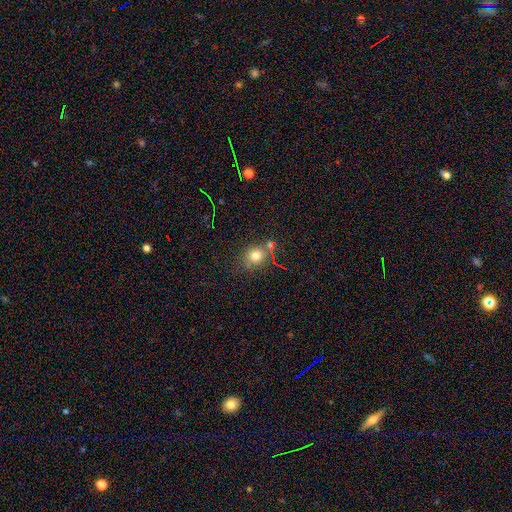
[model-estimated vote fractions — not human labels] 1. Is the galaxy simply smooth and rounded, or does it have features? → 74% smooth, 16% star or artifact, 10% featured or disk.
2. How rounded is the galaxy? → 66% round, 33% in between, 1% cigar-shaped.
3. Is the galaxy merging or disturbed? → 65% none, 15% minor disturbance, 14% merger, 7% major disturbance.